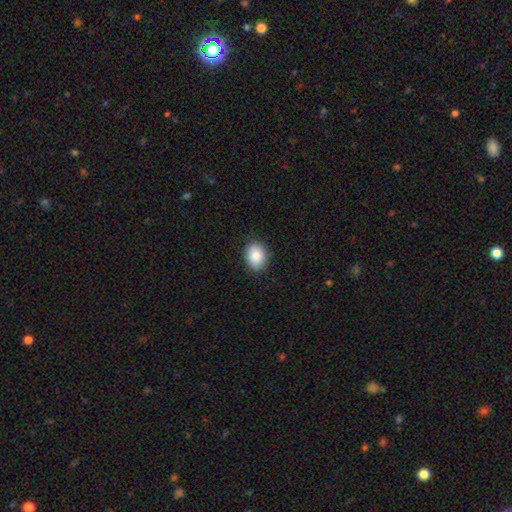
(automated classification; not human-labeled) Morphology: type=smooth (87%); roundness=in between (67%); merging=none (87%).